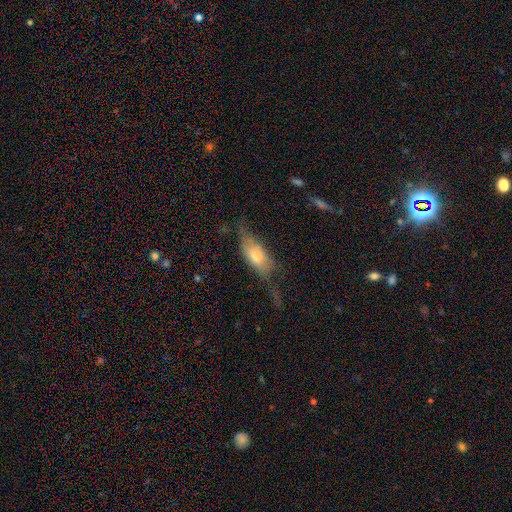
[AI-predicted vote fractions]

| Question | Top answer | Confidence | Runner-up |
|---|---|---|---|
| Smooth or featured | smooth | 53% | featured or disk (38%) |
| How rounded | in between | 73% | cigar-shaped (23%) |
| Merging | none | 41% | minor disturbance (30%) |